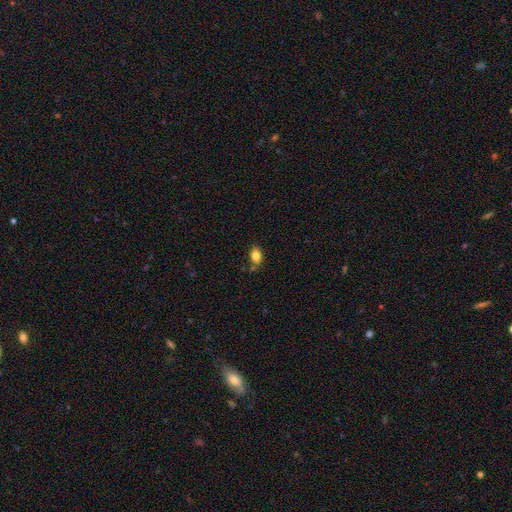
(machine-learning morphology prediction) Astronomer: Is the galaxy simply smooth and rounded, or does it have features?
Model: smooth — 84%.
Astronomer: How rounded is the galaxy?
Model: in between — 78%.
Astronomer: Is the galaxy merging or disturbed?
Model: none — 75%.